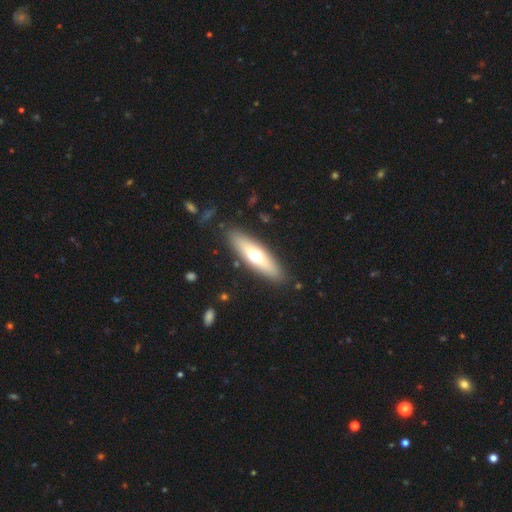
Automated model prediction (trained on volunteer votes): Smooth or featured? smooth (56%)
How rounded? cigar-shaped (56%)
Merging? none (88%)